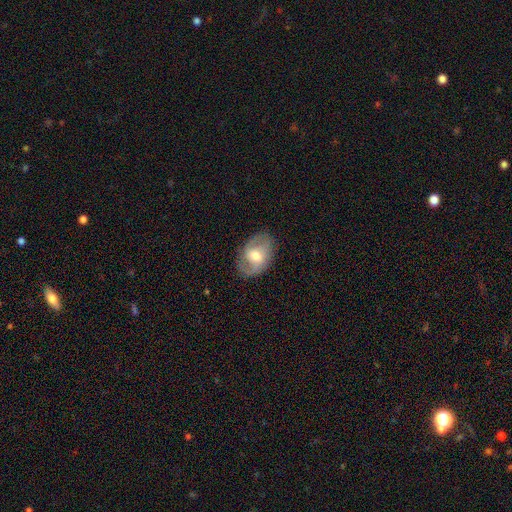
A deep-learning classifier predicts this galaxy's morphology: Smooth or featured? Predicted: featured or disk (p=0.56). Edge-on disk? Predicted: no (p=0.94). Bar? Predicted: no (p=0.50). Spiral arms? Predicted: yes (p=0.67). Bulge size? Predicted: moderate (p=0.71). Merging? Predicted: none (p=0.74).